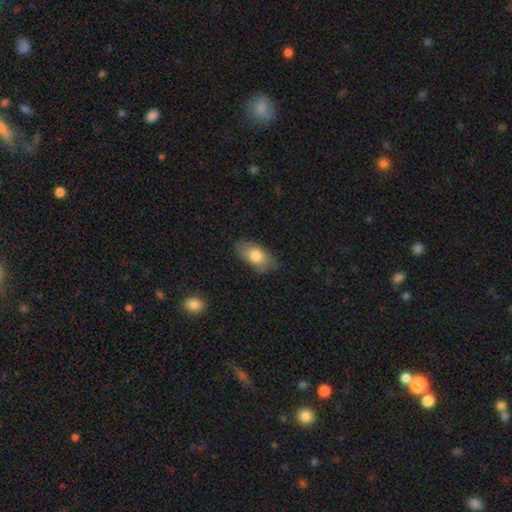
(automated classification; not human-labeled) smooth 76%, featured or disk 18%, star or artifact 7%. Down the decision tree: how rounded — in between (91%); merging — none (71%).